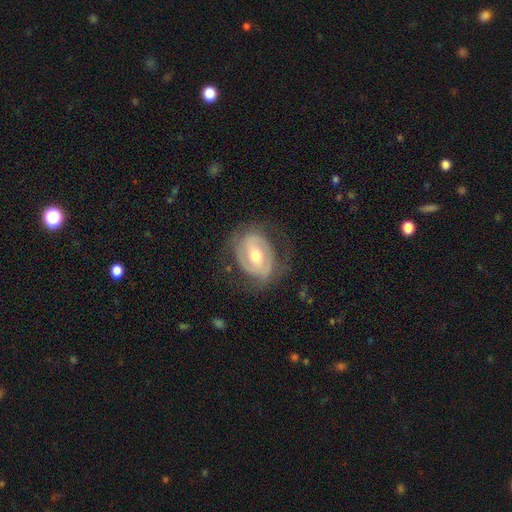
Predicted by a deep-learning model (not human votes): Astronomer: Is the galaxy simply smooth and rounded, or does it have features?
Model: featured or disk — 72%.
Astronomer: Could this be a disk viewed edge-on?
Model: no — 95%.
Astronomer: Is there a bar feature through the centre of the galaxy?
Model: weak — 41% (runner-up: strong, 34%).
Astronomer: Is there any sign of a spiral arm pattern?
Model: yes — 59% (runner-up: no, 41%).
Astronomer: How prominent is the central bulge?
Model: moderate — 73%.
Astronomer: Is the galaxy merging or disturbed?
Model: none — 67%.